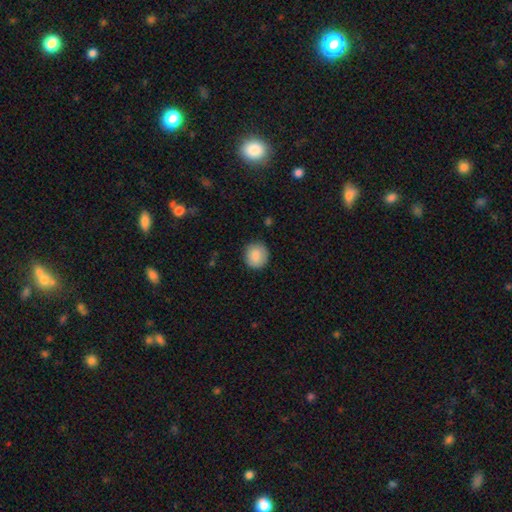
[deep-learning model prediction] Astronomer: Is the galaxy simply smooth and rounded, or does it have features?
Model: smooth — 85%.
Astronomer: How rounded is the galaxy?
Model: round — 89%.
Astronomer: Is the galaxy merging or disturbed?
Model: none — 87%.